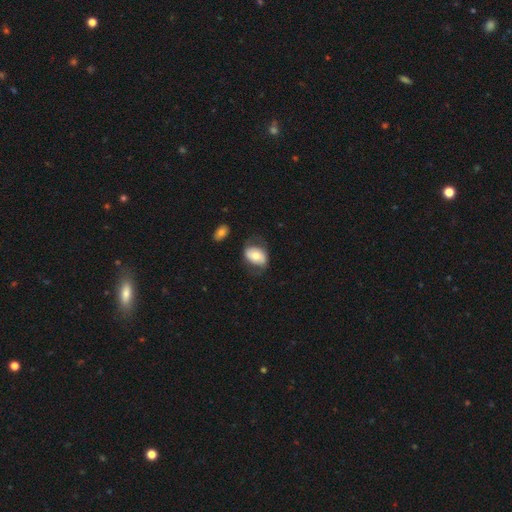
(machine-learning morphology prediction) Smooth or featured? smooth (56%)
How rounded? in between (81%)
Merging? none (60%)